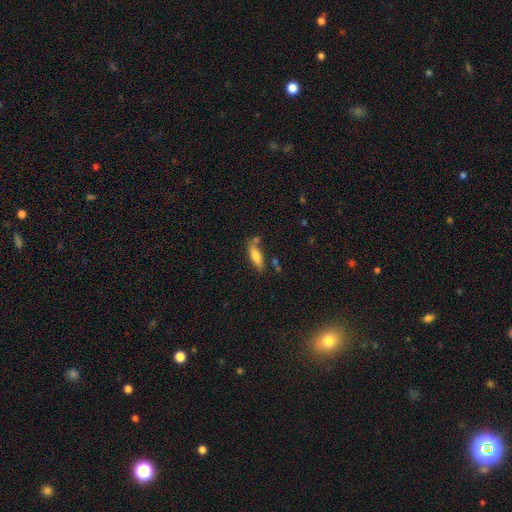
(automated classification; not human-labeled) Q: Smooth or featured?
A: smooth (72%); runner-up: featured or disk (20%)
Q: How rounded?
A: in between (49%); runner-up: cigar-shaped (48%)
Q: Merging?
A: none (69%); runner-up: minor disturbance (17%)